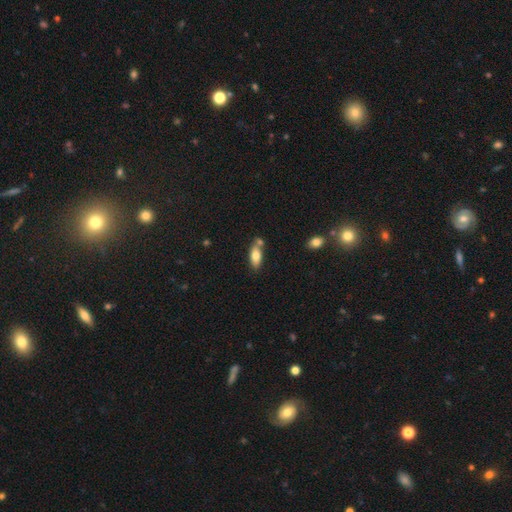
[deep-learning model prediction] smooth-or-featured: smooth: 76% | featured or disk: 17% | star or artifact: 7%
  how-rounded: in between: 83% | cigar-shaped: 14% | round: 3%
  merging: none: 58% | merger: 23% | minor disturbance: 15% | major disturbance: 4%